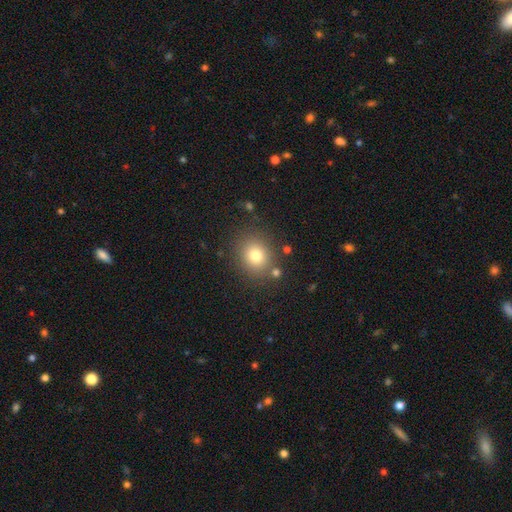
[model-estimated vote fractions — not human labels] Smooth or featured: smooth — 78% (star or artifact — 13%)
How rounded: round — 76% (in between — 23%)
Merging: none — 82% (minor disturbance — 10%)